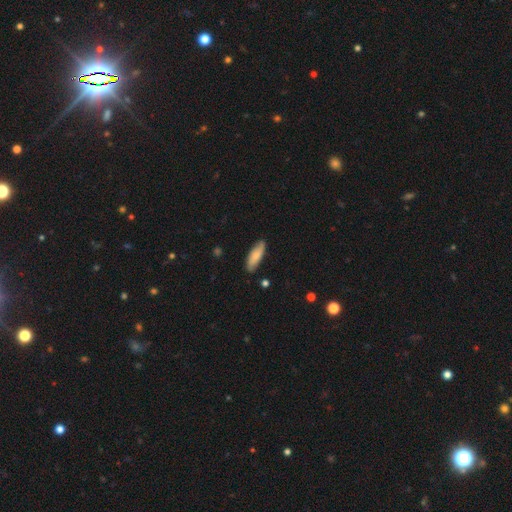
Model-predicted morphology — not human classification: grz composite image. It shows a smooth galaxy with no disk features (71%) that is in between round and cigar-shaped (58%). Merging: none (83%).